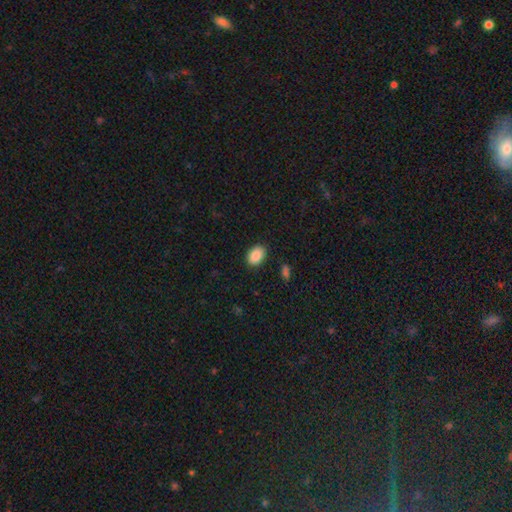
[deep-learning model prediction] This is clearly a smooth galaxy (89%). How rounded: clearly in between (83%). Merging: clearly none (87%).